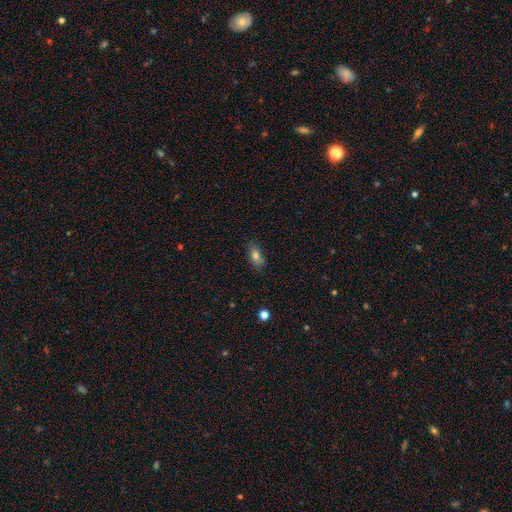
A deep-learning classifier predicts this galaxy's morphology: type=smooth (79%); roundness=in between (84%); merging=none (76%).